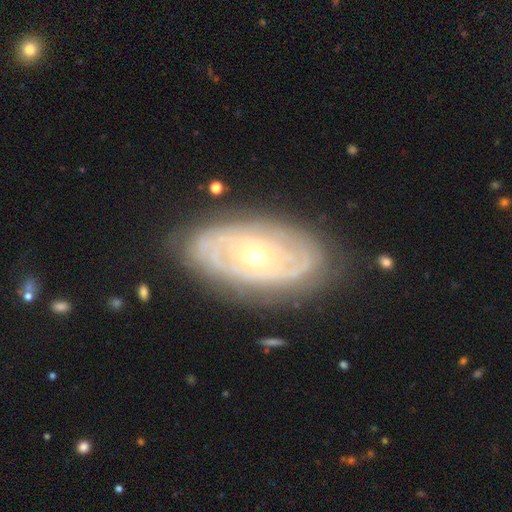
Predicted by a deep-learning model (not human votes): Smooth or featured: featured or disk — 81% (smooth — 14%)
Edge-on disk: no — 92% (yes — 8%)
Bar: no — 82% (weak — 13%)
Spiral arms: yes — 78% (no — 22%)
Spiral winding: tight — 77% (medium — 17%)
Spiral arm count: can't tell — 47% (2 — 28%)
Bulge size: small — 53% (moderate — 44%)
Merging: none — 80% (minor disturbance — 14%)